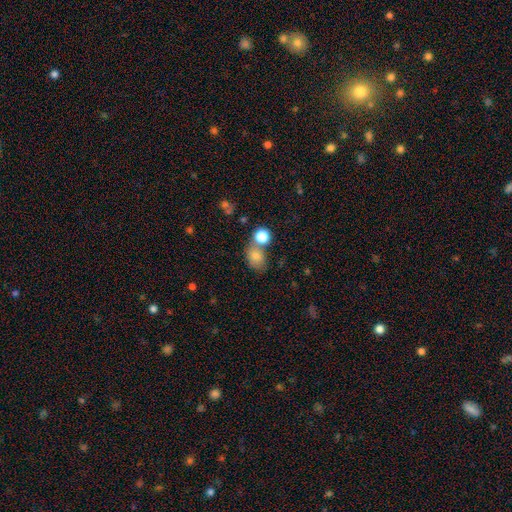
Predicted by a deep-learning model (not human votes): The model was most divided on "how rounded": in between: 58%, round: 41%, cigar-shaped: 1%. Remaining: smooth or featured — smooth (78%); merging — none (50%).